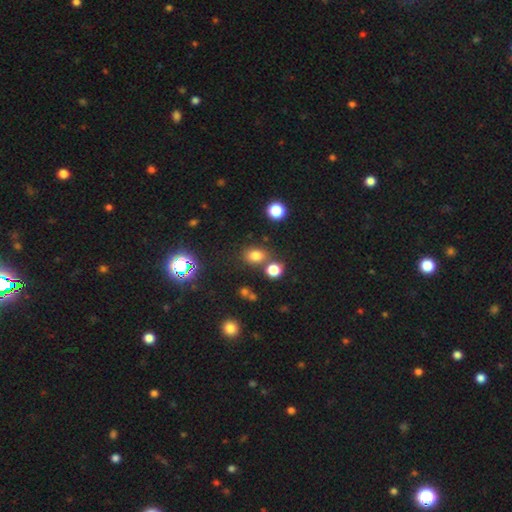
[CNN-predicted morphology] type=smooth (75%); roundness=in between (55%); merging=none (71%).